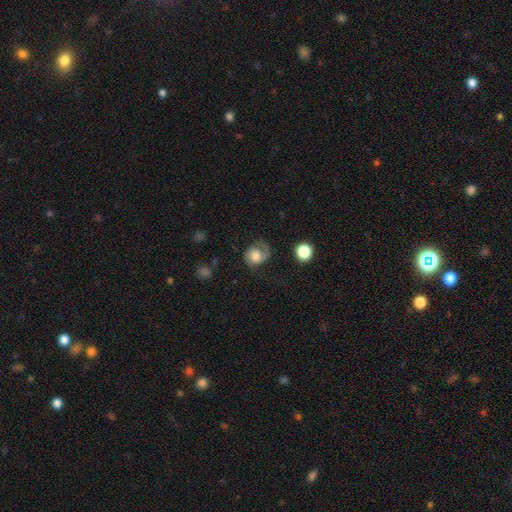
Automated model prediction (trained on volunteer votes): Overall: smooth (51%; featured or disk 41%). How rounded: round (63%; in between 36%). Merging: none (48%; minor disturbance 26%).